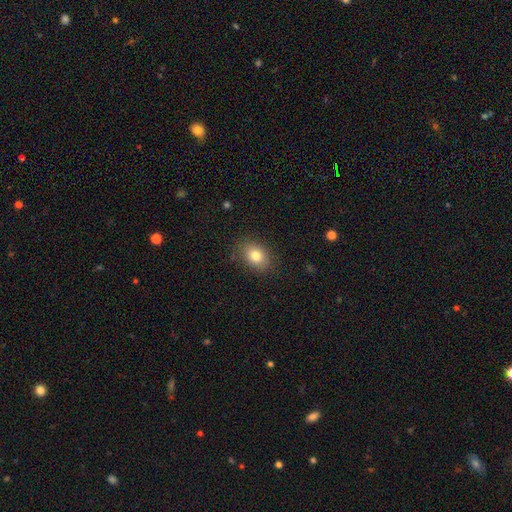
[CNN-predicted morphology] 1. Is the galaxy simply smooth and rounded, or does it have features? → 80% smooth, 10% featured or disk, 10% star or artifact.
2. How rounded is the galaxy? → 68% in between, 31% round, 1% cigar-shaped.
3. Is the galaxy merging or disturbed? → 84% none, 12% minor disturbance, 3% major disturbance, 1% merger.